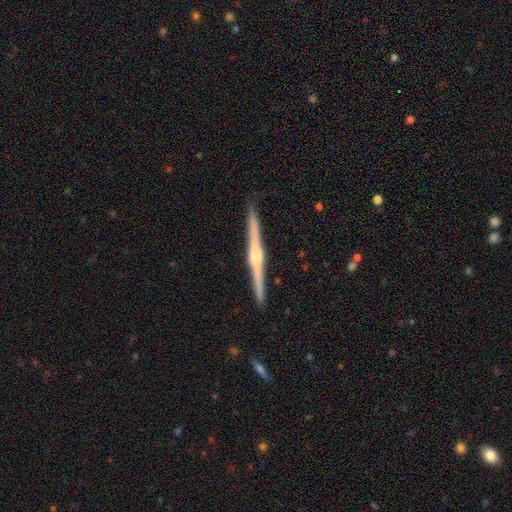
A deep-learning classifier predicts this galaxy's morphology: A featured or disk galaxy (84%) viewed edge-on (99%) with a rounded central bulge (74%). Merging: none (92%).